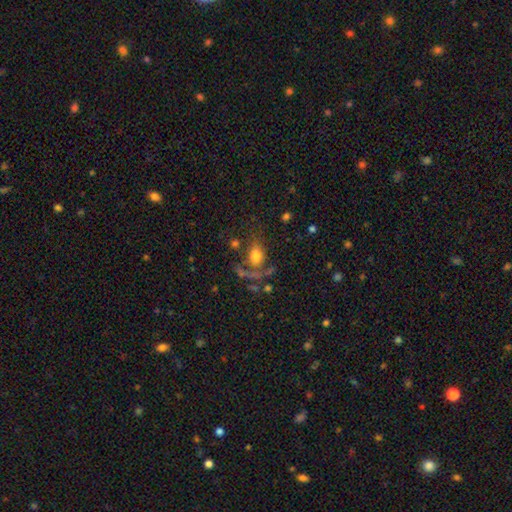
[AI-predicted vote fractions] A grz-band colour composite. It shows a smooth galaxy with no disk features (65%) that is in between round and cigar-shaped (65%). Merging: none (46%).